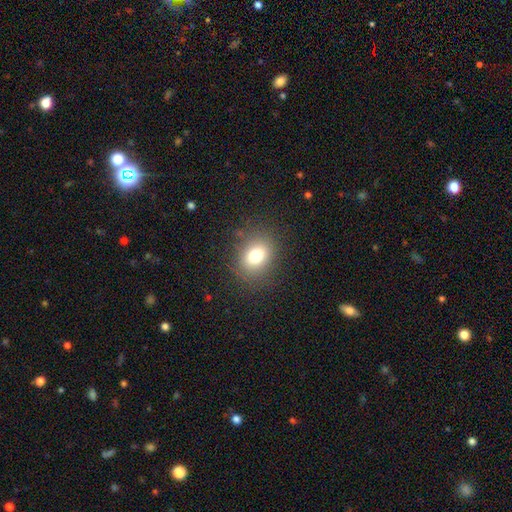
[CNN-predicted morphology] Smooth or featured? smooth (76%)
How rounded? round (51%)
Merging? none (84%)